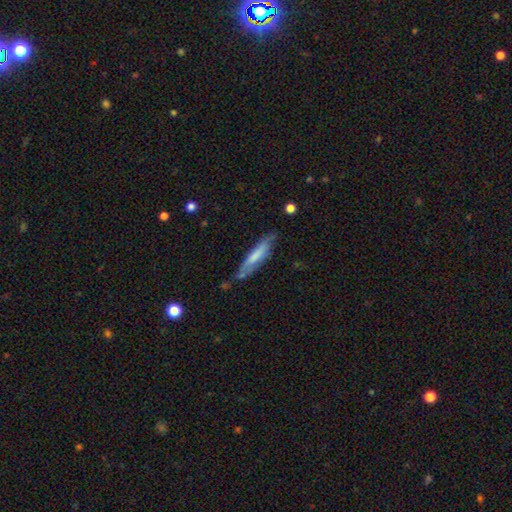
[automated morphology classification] type=smooth (57%); roundness=cigar-shaped (84%); merging=none (65%).